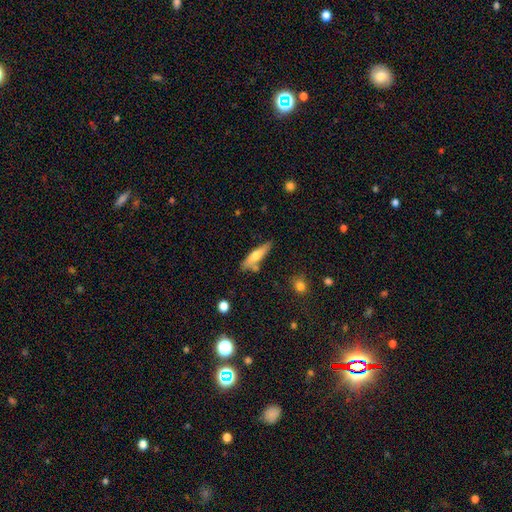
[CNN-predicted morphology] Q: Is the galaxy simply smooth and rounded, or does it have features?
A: smooth — 57%.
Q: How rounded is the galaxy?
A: cigar-shaped — 74%.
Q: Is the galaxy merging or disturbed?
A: none — 72%.